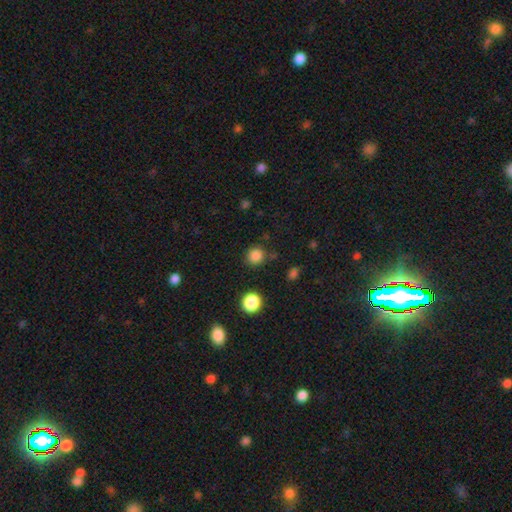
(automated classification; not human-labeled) smooth_or_featured: smooth (p=0.83) [alt: star or artifact p=0.13]
how_rounded: round (p=0.91) [alt: in between p=0.08]
merging: none (p=0.85) [alt: minor disturbance p=0.09]